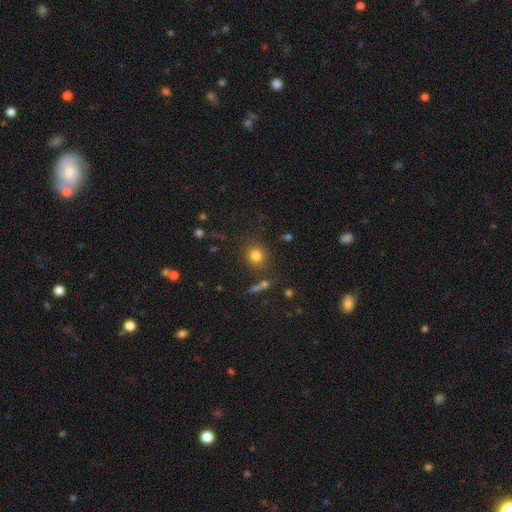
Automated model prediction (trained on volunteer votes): Smooth or featured: smooth — 79% (star or artifact — 14%)
How rounded: round — 87% (in between — 11%)
Merging: none — 82% (minor disturbance — 9%)